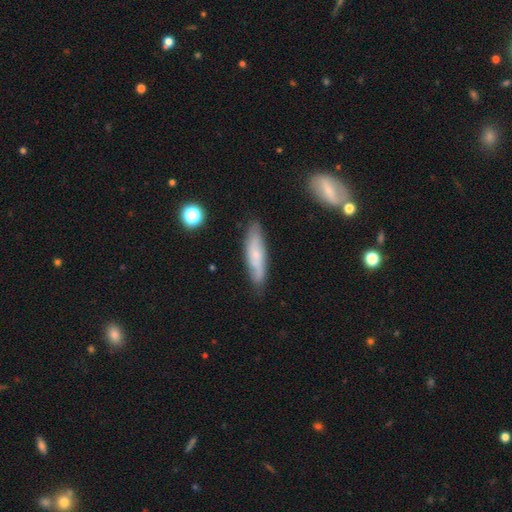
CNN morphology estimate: Smooth or featured? Predicted: smooth (p=0.47). Merging? Predicted: none (p=0.77).